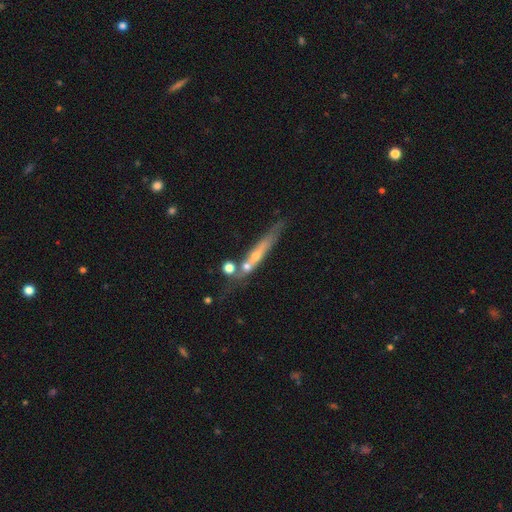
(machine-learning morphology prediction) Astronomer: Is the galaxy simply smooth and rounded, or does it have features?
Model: featured or disk — 58%.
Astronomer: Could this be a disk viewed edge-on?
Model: yes — 87%.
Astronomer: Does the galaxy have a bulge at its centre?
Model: rounded — 55% (runner-up: none, 40%).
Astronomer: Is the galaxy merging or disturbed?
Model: none — 68%.